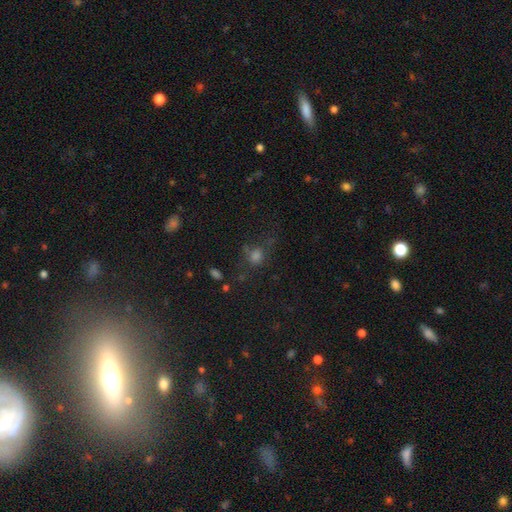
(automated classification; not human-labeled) smooth 59%, star or artifact 28%, featured or disk 13%. Down the decision tree: how rounded — round (71%); merging — none (56%).